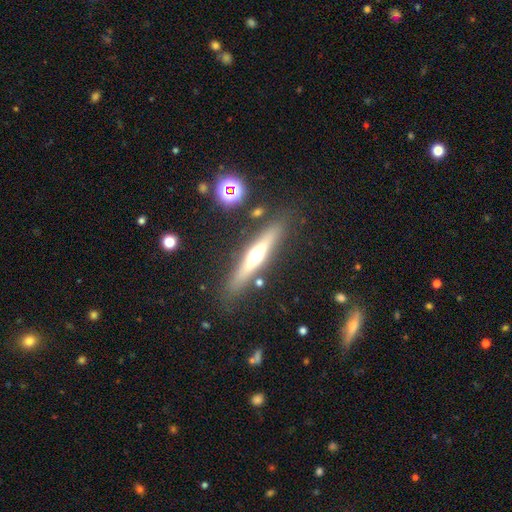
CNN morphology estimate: This is possibly a featured or disk galaxy (60%). It is clearly viewed edge-on (92%). Edge-on bulge: clearly rounded (89%). Merging: clearly none (83%).